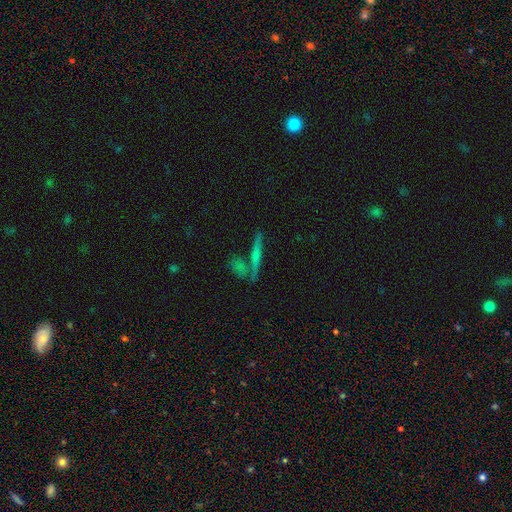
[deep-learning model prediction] A featured or disk galaxy (39%). Merging: none (48%).